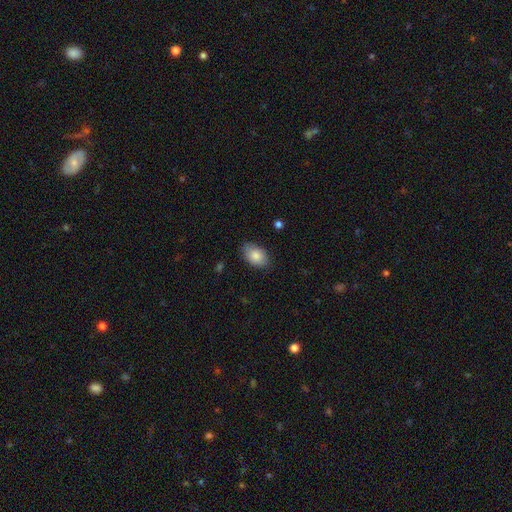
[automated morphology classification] Q: Smooth or featured?
A: smooth (85%); runner-up: featured or disk (8%)
Q: How rounded?
A: in between (88%); runner-up: round (11%)
Q: Merging?
A: none (80%); runner-up: minor disturbance (16%)